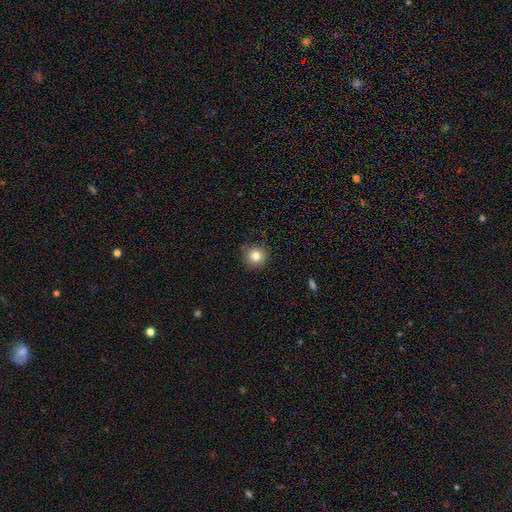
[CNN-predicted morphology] Smooth or featured?
  - smooth: 81% *
  - star or artifact: 11%
  - featured or disk: 8%
How rounded?
  - round: 95% *
  - in between: 4%
  - cigar-shaped: 1%
Merging?
  - none: 88% *
  - minor disturbance: 8%
  - major disturbance: 2%
  - merger: 1%